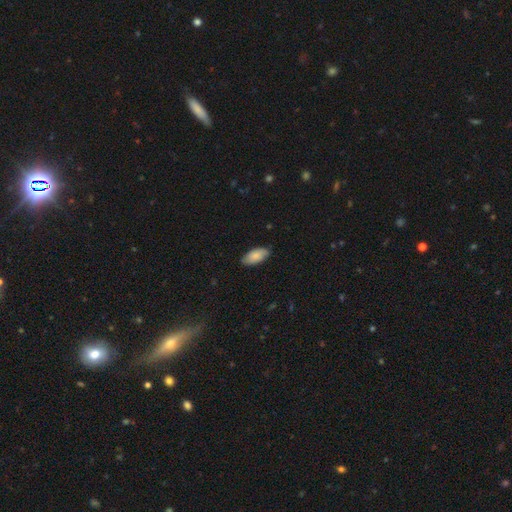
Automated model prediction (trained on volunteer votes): This is clearly a smooth galaxy (84%). How rounded: clearly in between (91%). Merging: clearly none (84%).